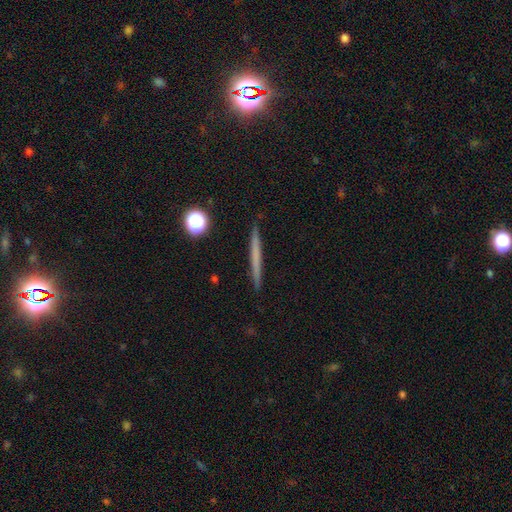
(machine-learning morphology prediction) A smooth galaxy with no disk features (52%) that is cigar-shaped (96%).

Vote fractions:
- Smooth or featured? smooth: 52% / featured or disk: 41% / star or artifact: 8%
- How rounded? cigar-shaped: 96% / round: 2% / in between: 2%
- Merging? none: 92% / minor disturbance: 6% / major disturbance: 1% / merger: 1%